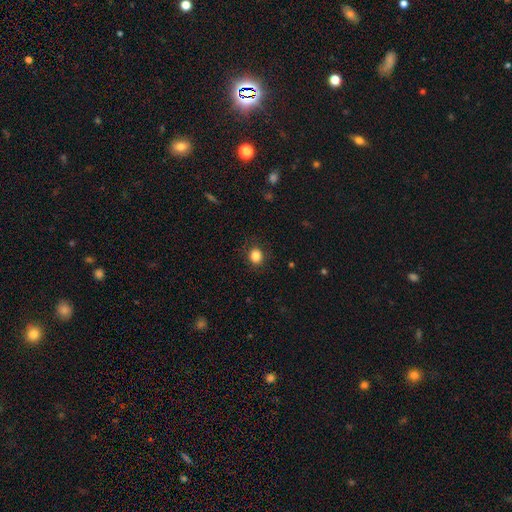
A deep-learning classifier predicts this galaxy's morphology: Smooth or featured? Predicted: smooth (p=0.84). How rounded? Predicted: round (p=0.73). Merging? Predicted: none (p=0.87).